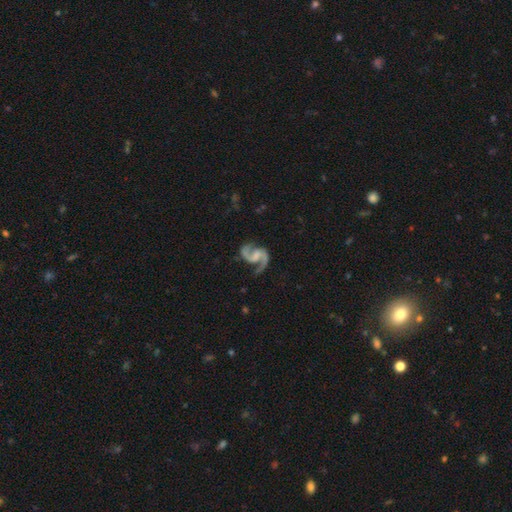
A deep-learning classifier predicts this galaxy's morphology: A featured or disk galaxy (93%) with a weak bar (44%), 2 (94%) medium (53%) spiral arms (98%) and no central bulge (51%).

Vote fractions:
- Smooth or featured? featured or disk: 93% / star or artifact: 4% / smooth: 4%
- Edge-on disk? no: 98% / yes: 2%
- Bar? weak: 44% / no: 39% / strong: 17%
- Spiral arms? yes: 98% / no: 2%
- Spiral winding? medium: 53% / loose: 37% / tight: 10%
- Spiral arm count? 2: 94% / 1: 2% / can't tell: 1% / 3: 1% / 4: 1% / more than 4: 1%
- Bulge size? none: 51% / small: 26% / moderate: 17% / large: 4% / dominant: 1%
- Merging? none: 74% / minor disturbance: 16% / major disturbance: 8% / merger: 2%